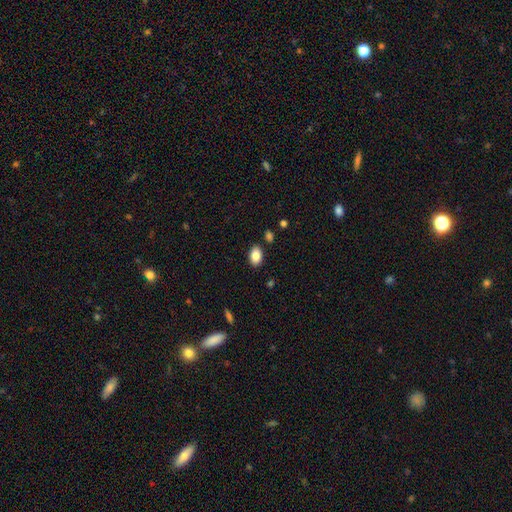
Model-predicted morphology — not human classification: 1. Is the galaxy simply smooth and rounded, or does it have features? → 86% smooth, 8% star or artifact, 6% featured or disk.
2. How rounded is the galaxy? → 87% in between, 12% round, 1% cigar-shaped.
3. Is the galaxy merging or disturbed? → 87% none, 9% minor disturbance, 2% merger, 2% major disturbance.